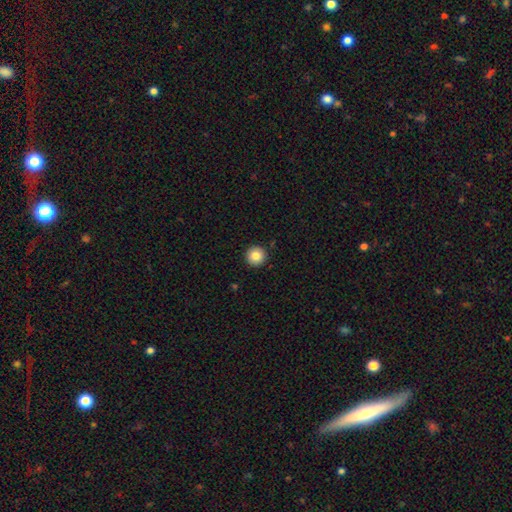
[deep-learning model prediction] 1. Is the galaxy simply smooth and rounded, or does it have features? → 84% smooth, 9% star or artifact, 7% featured or disk.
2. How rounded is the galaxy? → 96% round, 3% in between, 1% cigar-shaped.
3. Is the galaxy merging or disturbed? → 92% none, 5% minor disturbance, 2% major disturbance, 1% merger.